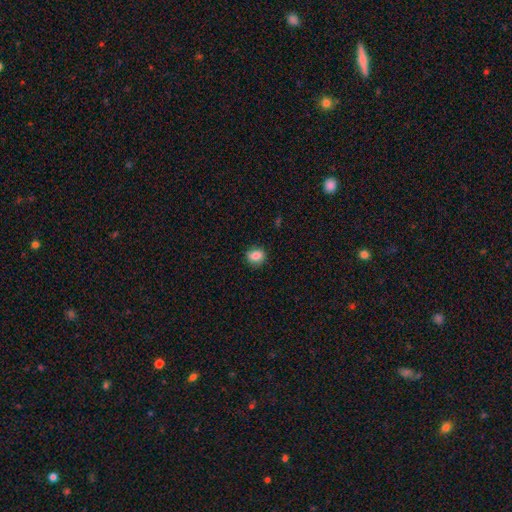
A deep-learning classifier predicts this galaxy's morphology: Q: Smooth or featured?
A: smooth (85%); runner-up: star or artifact (9%)
Q: How rounded?
A: round (56%); runner-up: in between (43%)
Q: Merging?
A: none (85%); runner-up: minor disturbance (12%)